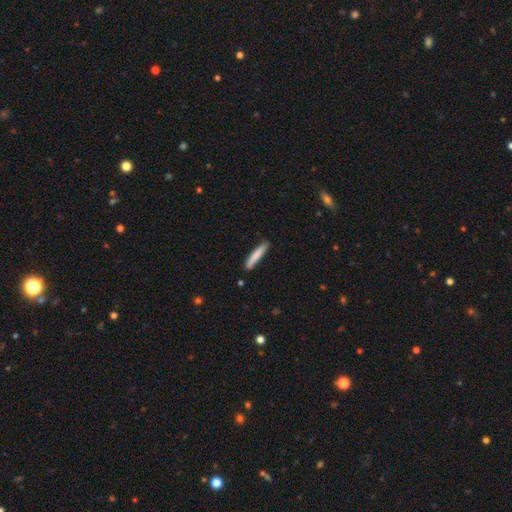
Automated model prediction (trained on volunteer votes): Morphology: type=smooth (81%); roundness=cigar-shaped (93%); merging=none (84%).